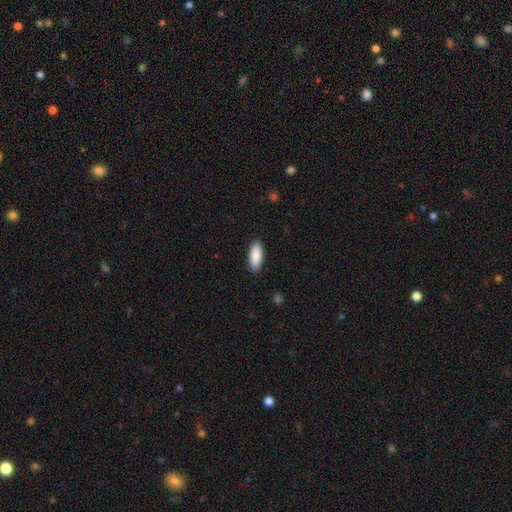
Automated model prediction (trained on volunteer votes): smooth_or_featured: smooth (p=0.89) [alt: star or artifact p=0.06]
how_rounded: in between (p=0.76) [alt: cigar-shaped p=0.22]
merging: none (p=0.89) [alt: minor disturbance p=0.08]